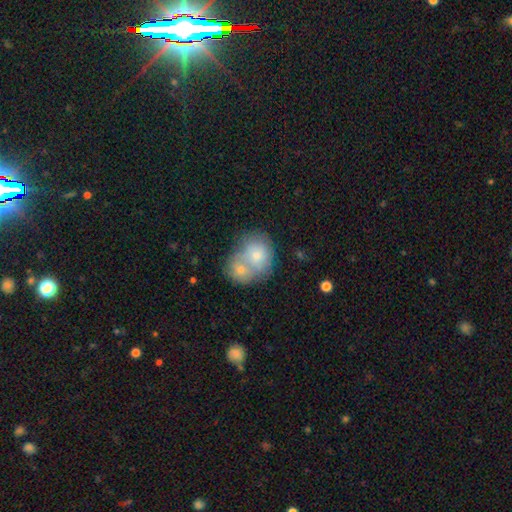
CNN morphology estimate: Smooth or featured?
  - smooth: 67% *
  - featured or disk: 24%
  - star or artifact: 9%
How rounded?
  - round: 65% *
  - in between: 34%
  - cigar-shaped: 1%
Merging?
  - merger: 66% *
  - none: 23%
  - minor disturbance: 8%
  - major disturbance: 4%